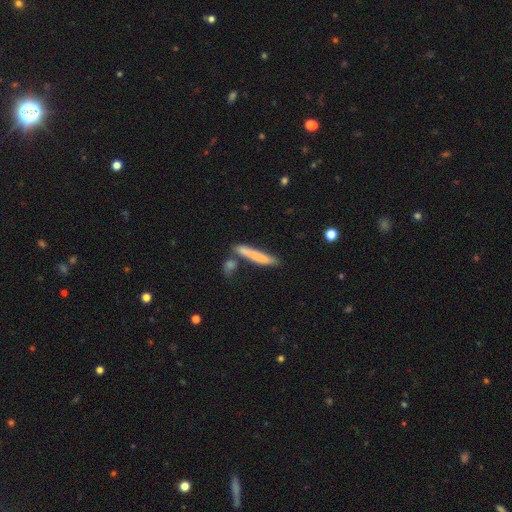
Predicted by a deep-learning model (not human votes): This is likely a smooth galaxy (70%). How rounded: clearly cigar-shaped (92%). Merging: likely none (66%).